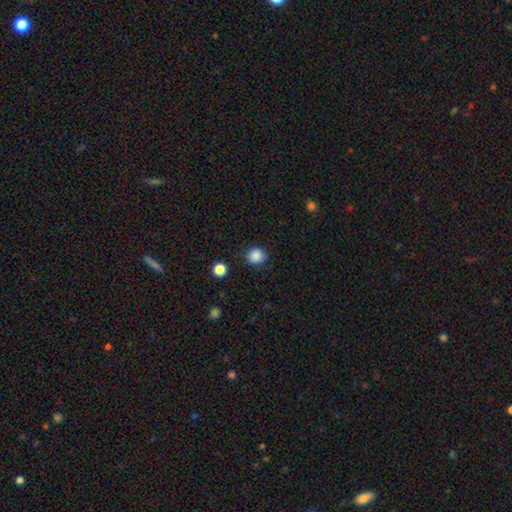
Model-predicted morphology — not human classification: The model was most divided on "how rounded": round: 85%, in between: 14%, cigar-shaped: 1%. More confident: smooth or featured — smooth (87%); merging — none (86%).